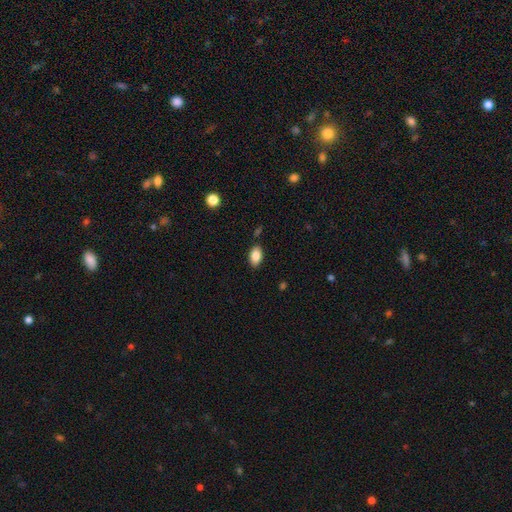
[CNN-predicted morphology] Smooth or featured? smooth (86%)
How rounded? in between (92%)
Merging? none (84%)